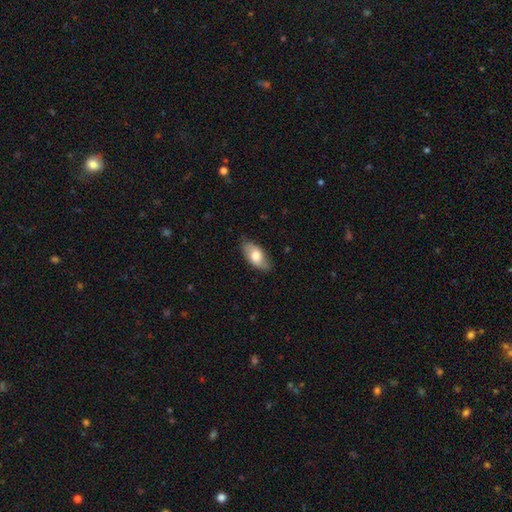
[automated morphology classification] smooth 69%, featured or disk 25%, star or artifact 6%. Down the decision tree: how rounded — in between (91%); merging — none (81%).